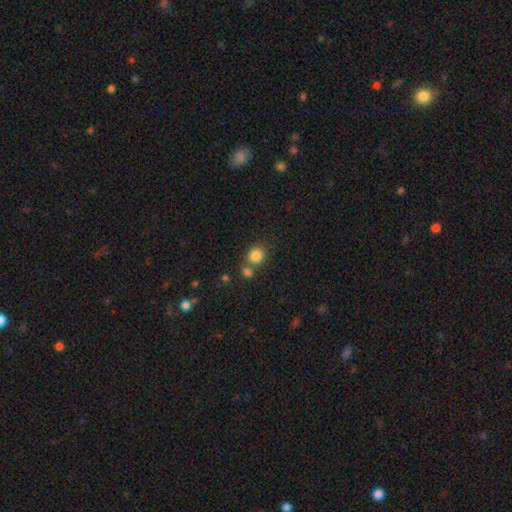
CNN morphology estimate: Smooth or featured: smooth — 84% (star or artifact — 11%)
How rounded: round — 82% (in between — 17%)
Merging: none — 62% (merger — 26%)